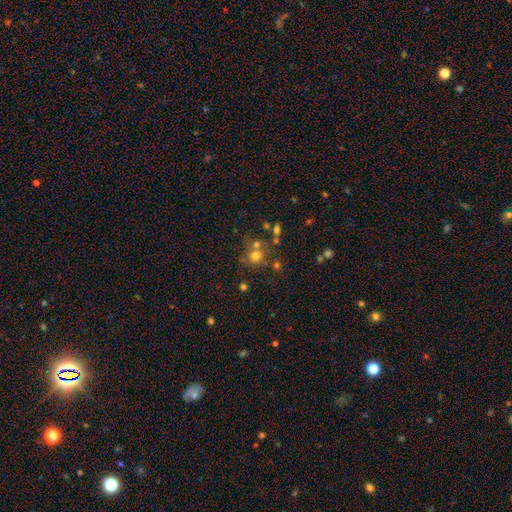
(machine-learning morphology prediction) A smooth galaxy with no disk features (68%) that is round (88%). Merging: none (59%).